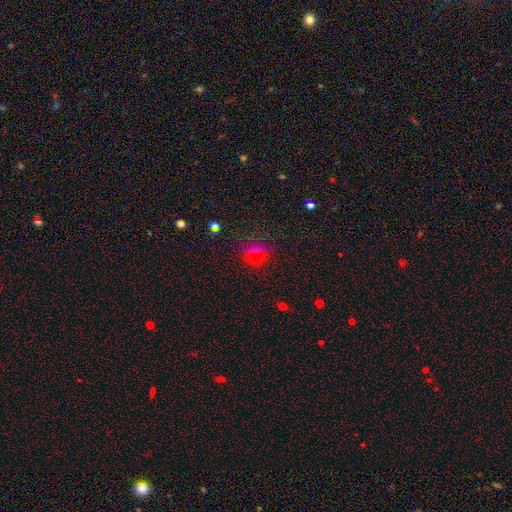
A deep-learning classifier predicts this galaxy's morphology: Smooth or featured? Predicted: smooth (p=0.55). How rounded? Predicted: round (p=0.87). Merging? Predicted: none (p=0.81).